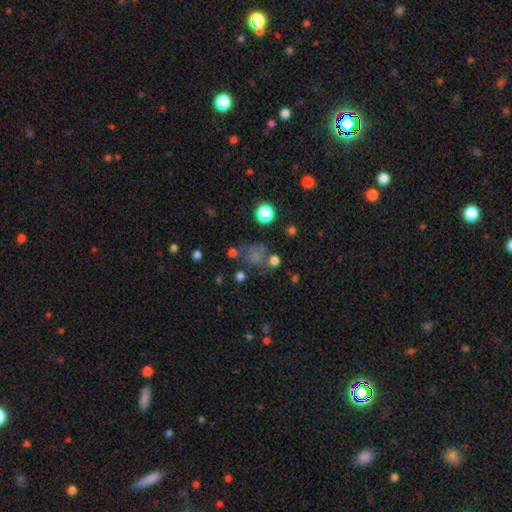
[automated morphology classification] The model was most divided on "smooth or featured": smooth: 57%, star or artifact: 27%, featured or disk: 16%. More confident: how rounded — round (68%); merging — none (53%).